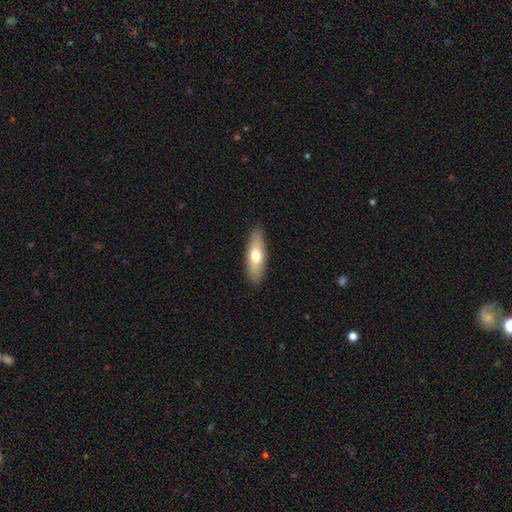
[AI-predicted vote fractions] smooth-or-featured: smooth: 65% | featured or disk: 29% | star or artifact: 6%
  how-rounded: in between: 55% | cigar-shaped: 43% | round: 3%
  merging: none: 89% | minor disturbance: 8% | major disturbance: 2% | merger: 1%